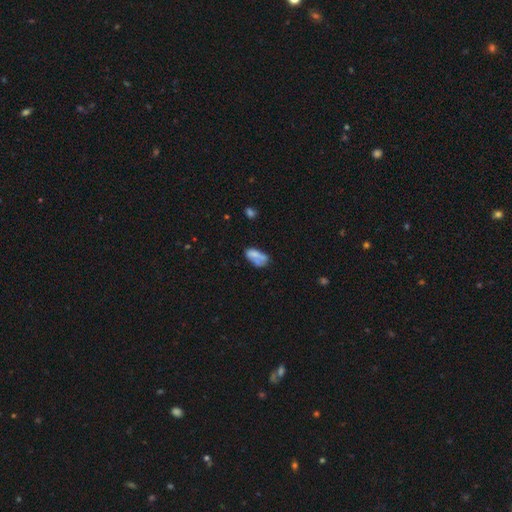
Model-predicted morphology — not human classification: smooth_or_featured: smooth (p=0.59) [alt: featured or disk p=0.31]
how_rounded: in between (p=0.89) [alt: cigar-shaped p=0.06]
merging: none (p=0.35) [alt: minor disturbance p=0.24]